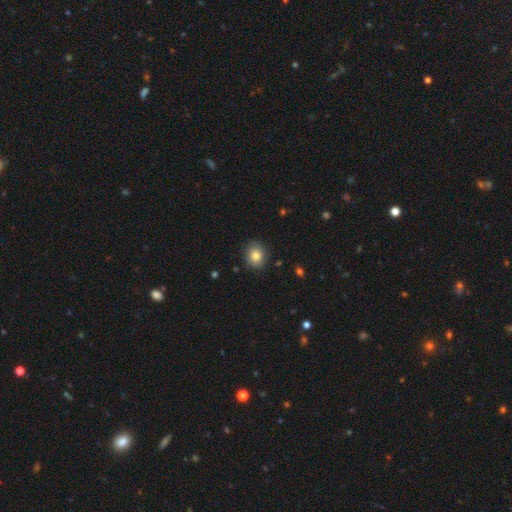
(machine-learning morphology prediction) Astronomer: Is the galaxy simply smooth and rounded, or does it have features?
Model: smooth — 83%.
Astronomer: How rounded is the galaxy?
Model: round — 57% (runner-up: in between, 42%).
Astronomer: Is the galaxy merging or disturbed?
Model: none — 85%.